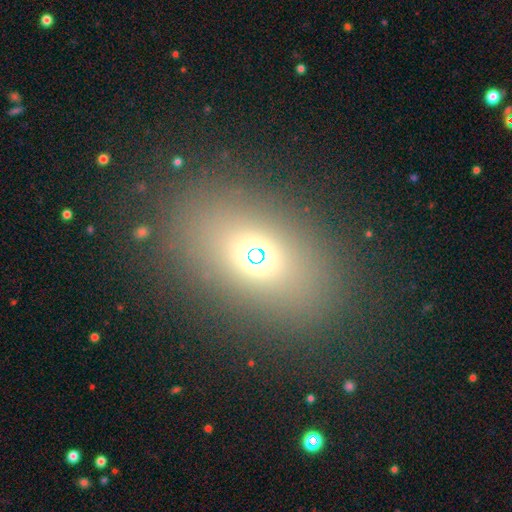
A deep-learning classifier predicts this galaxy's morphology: smooth 55%, star or artifact 30%, featured or disk 15%. Down the decision tree: how rounded — in between (72%); merging — none (84%).